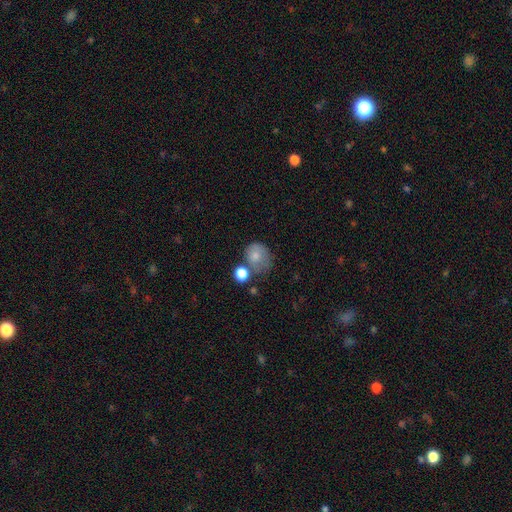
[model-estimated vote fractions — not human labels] A smooth galaxy with no disk features (78%) that is round (72%). Merging: none (42%).